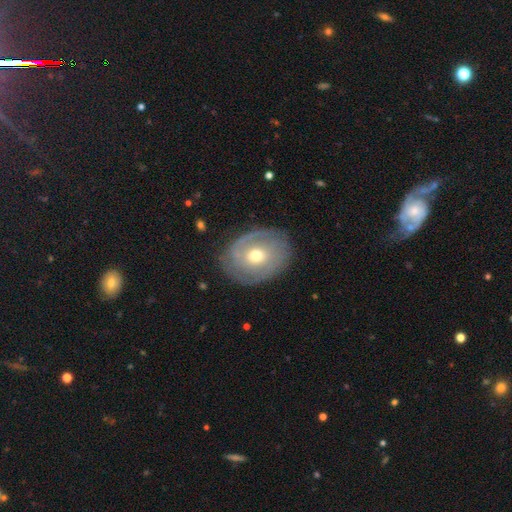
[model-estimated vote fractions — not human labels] smooth-or-featured: featured or disk: 59% | smooth: 34% | star or artifact: 7%
  disk-edge-on: no: 94% | yes: 6%
    bar: no: 71% | weak: 24% | strong: 5%
    has-spiral-arms: yes: 64% | no: 36%
    bulge-size: moderate: 70% | small: 22% | large: 6% | dominant: 1% | none: 1%
  merging: none: 77% | minor disturbance: 16% | major disturbance: 5% | merger: 1%